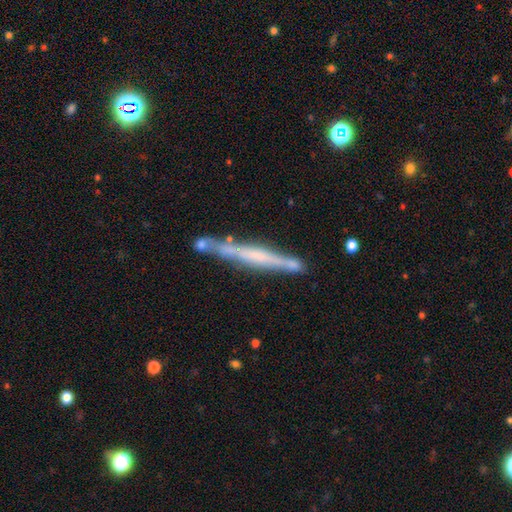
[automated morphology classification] Q: Smooth or featured?
A: featured or disk (66%); runner-up: smooth (27%)
Q: Edge-on disk?
A: yes (96%); runner-up: no (4%)
Q: Edge-on bulge?
A: none (54%); runner-up: rounded (26%)
Q: Merging?
A: none (76%); runner-up: minor disturbance (14%)